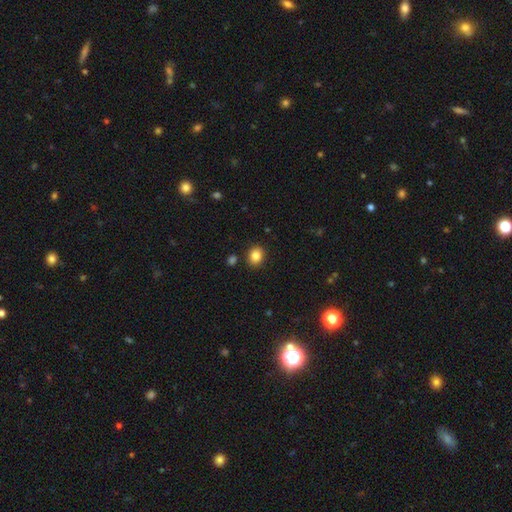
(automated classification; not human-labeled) This is clearly a smooth galaxy (85%). How rounded: possibly round (57%). Merging: clearly none (87%).